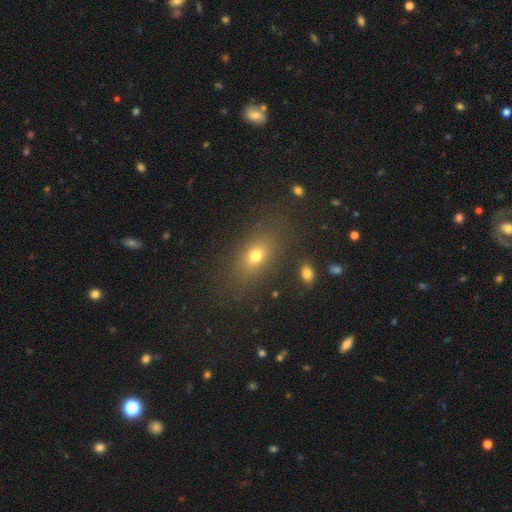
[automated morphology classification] This appears to be a smooth galaxy with no disk features (70%) that is in between round and cigar-shaped (74%). Merging: none (81%).